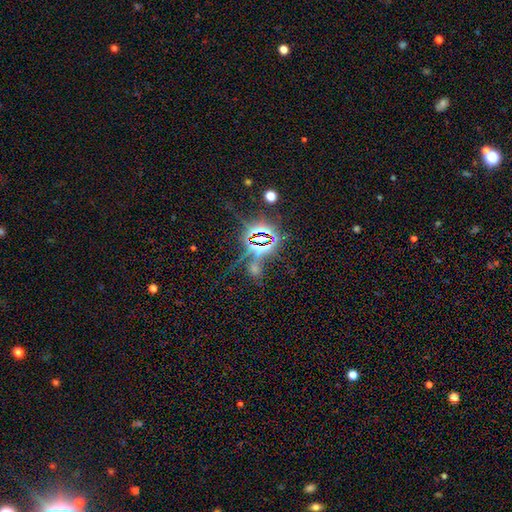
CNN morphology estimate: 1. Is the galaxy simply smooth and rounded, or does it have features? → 80% star or artifact, 10% smooth, 10% featured or disk.